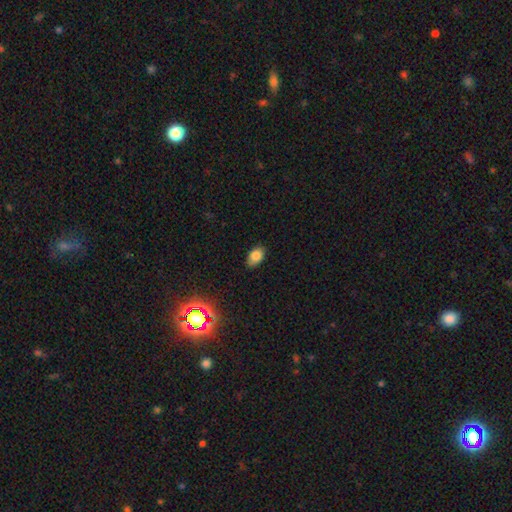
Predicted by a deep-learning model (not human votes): Smooth or featured? smooth (82%)
How rounded? in between (89%)
Merging? none (82%)